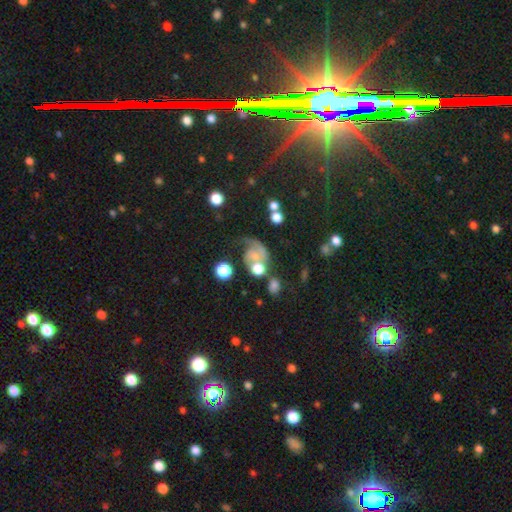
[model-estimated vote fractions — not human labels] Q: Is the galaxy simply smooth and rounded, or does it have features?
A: featured or disk — 55%.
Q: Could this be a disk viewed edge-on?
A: no — 98%.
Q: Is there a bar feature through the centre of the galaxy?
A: no — 77%.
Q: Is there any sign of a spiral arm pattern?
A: yes — 80%.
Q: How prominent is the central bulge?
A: small — 32%.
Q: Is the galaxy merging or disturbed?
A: major disturbance — 38%.